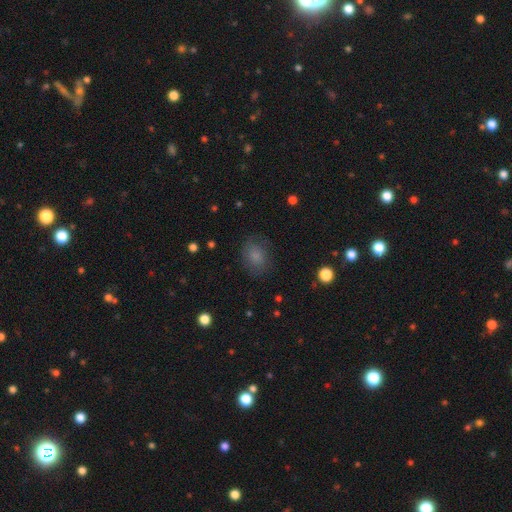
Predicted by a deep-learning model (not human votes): Smooth or featured: smooth — 75% (featured or disk — 13%)
How rounded: in between — 52% (round — 46%)
Merging: none — 74% (minor disturbance — 17%)